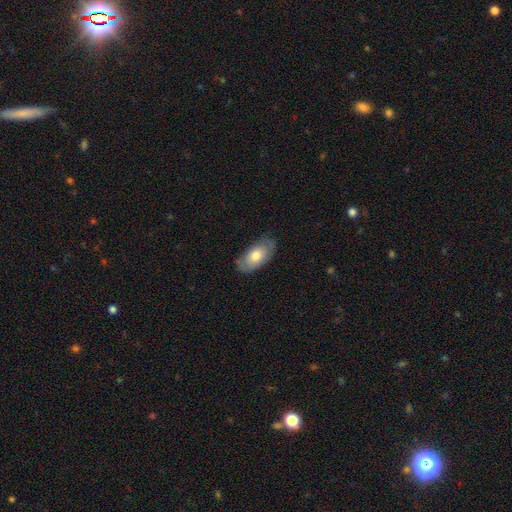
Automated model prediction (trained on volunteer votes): Q: Smooth or featured?
A: smooth (71%); runner-up: featured or disk (23%)
Q: How rounded?
A: in between (93%); runner-up: cigar-shaped (4%)
Q: Merging?
A: none (77%); runner-up: minor disturbance (18%)